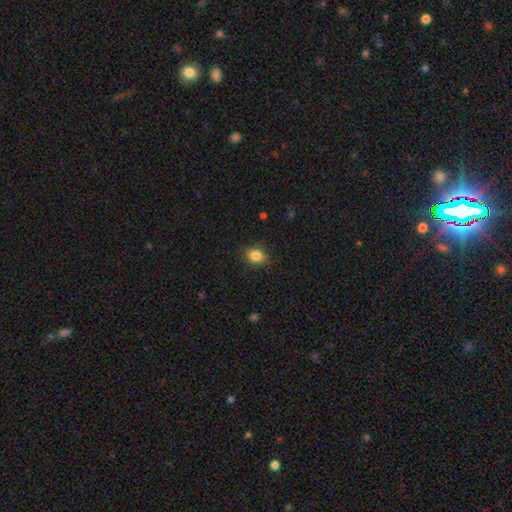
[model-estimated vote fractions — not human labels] Smooth or featured? smooth (85%)
How rounded? in between (51%)
Merging? none (87%)